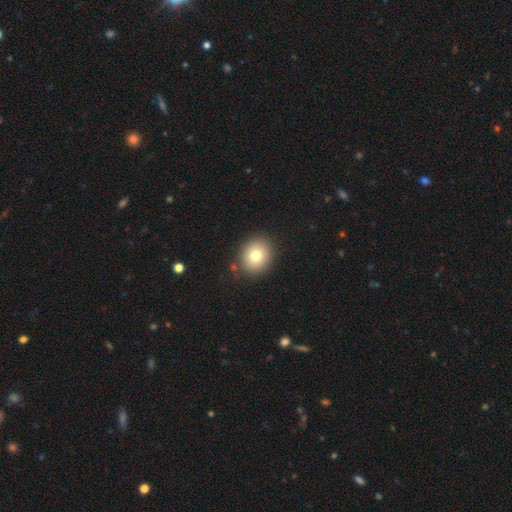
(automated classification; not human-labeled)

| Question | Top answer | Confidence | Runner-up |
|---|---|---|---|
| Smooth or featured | smooth | 78% | featured or disk (11%) |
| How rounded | round | 68% | in between (31%) |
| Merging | none | 87% | minor disturbance (9%) |